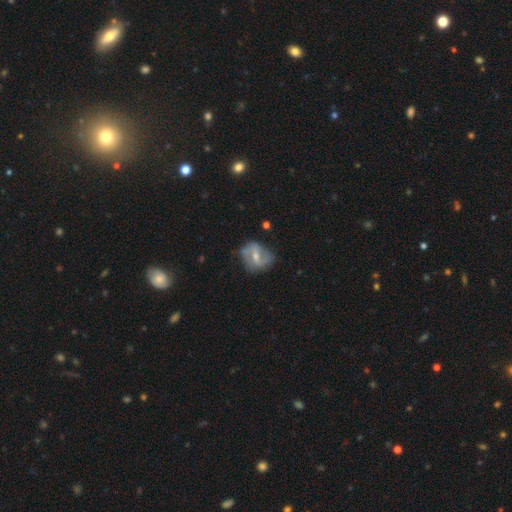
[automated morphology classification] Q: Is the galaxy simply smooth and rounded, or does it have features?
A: featured or disk — 66%.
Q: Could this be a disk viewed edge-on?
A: no — 96%.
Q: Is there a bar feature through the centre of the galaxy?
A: weak — 49%.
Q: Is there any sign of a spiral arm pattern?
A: yes — 77%.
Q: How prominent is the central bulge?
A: moderate — 50%.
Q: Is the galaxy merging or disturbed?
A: none — 58%.